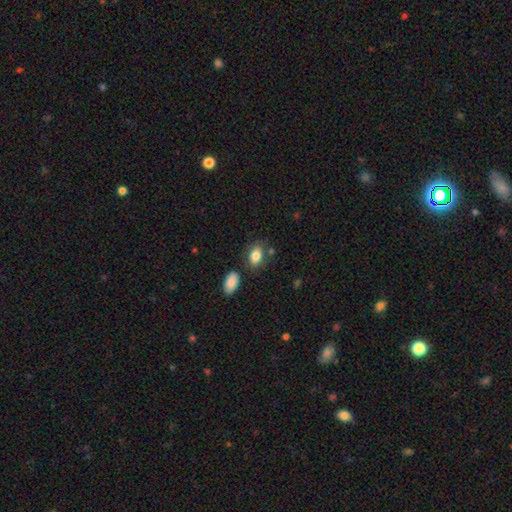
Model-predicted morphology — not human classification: smooth 83%, featured or disk 9%, star or artifact 8%. Down the decision tree: how rounded — in between (87%); merging — none (71%).